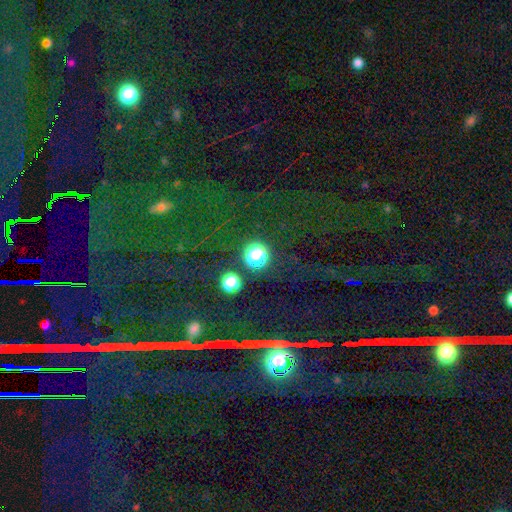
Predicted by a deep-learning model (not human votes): The model was most divided on "smooth or featured": star or artifact: 48%, smooth: 44%, featured or disk: 8%.